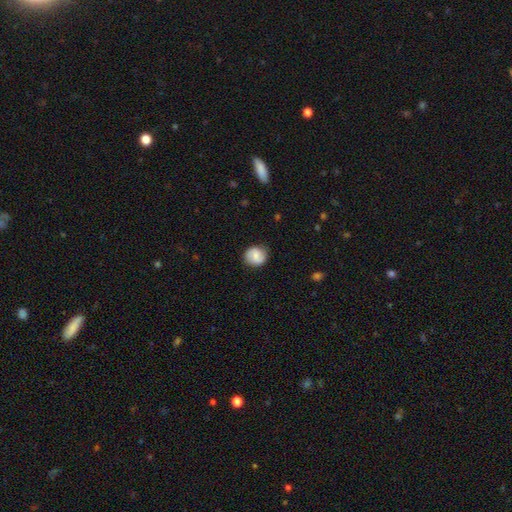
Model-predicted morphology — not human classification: Smooth or featured?
  - smooth: 63% *
  - featured or disk: 29%
  - star or artifact: 8%
How rounded?
  - round: 83% *
  - in between: 16%
  - cigar-shaped: 1%
Merging?
  - none: 83% *
  - minor disturbance: 13%
  - major disturbance: 3%
  - merger: 1%